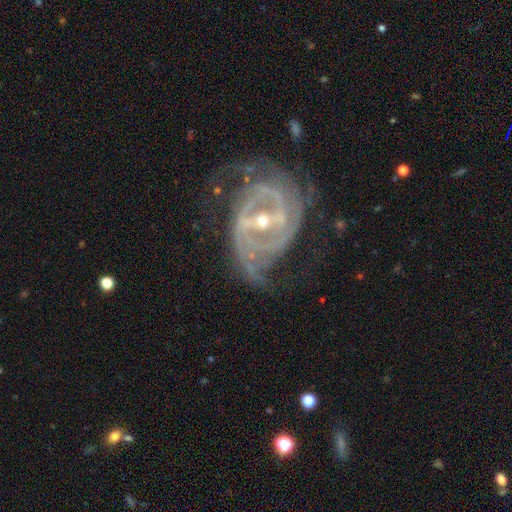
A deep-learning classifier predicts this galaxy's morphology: A featured or disk galaxy (91%) with a strong bar (61%), 2 (42%) tight (45%) spiral arms (95%) and a small central bulge (59%). Merging: none (55%).